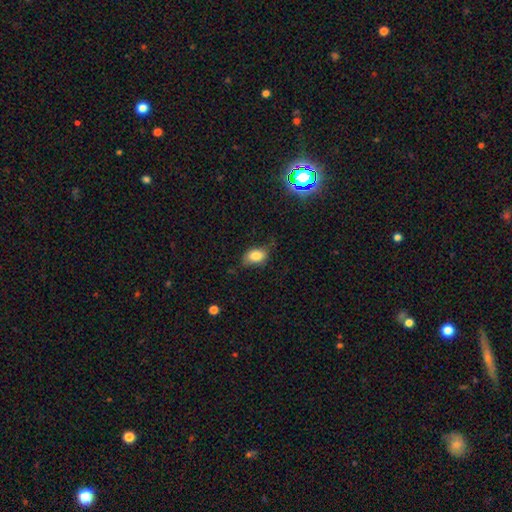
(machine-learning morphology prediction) Smooth or featured? Predicted: smooth (p=0.81). How rounded? Predicted: in between (p=0.85). Merging? Predicted: none (p=0.62).